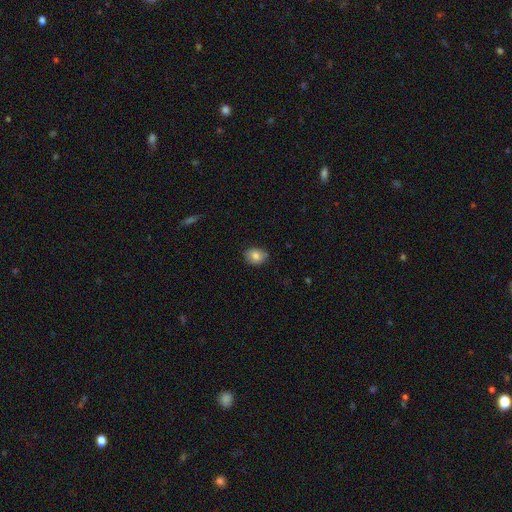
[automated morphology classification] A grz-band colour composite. It shows a smooth galaxy with no disk features (81%) that is in between round and cigar-shaped (53%). Merging: none (83%).